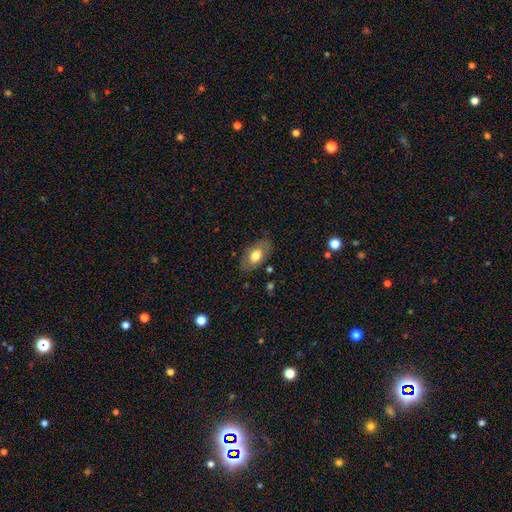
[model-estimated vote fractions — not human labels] Smooth or featured? smooth (65%)
How rounded? in between (91%)
Merging? none (79%)